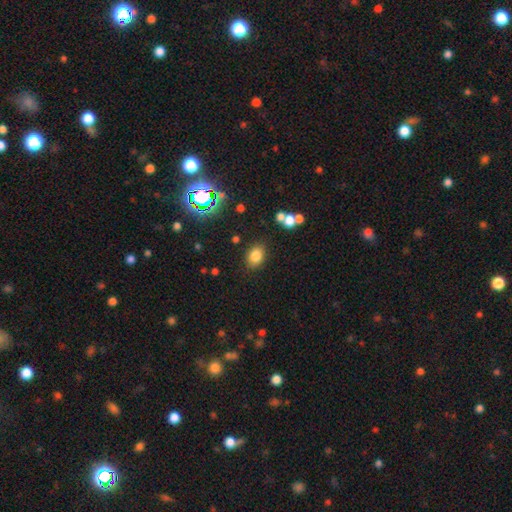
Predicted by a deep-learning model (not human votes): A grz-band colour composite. It shows a smooth galaxy with no disk features (80%) that is in between round and cigar-shaped (64%). Merging: none (82%).